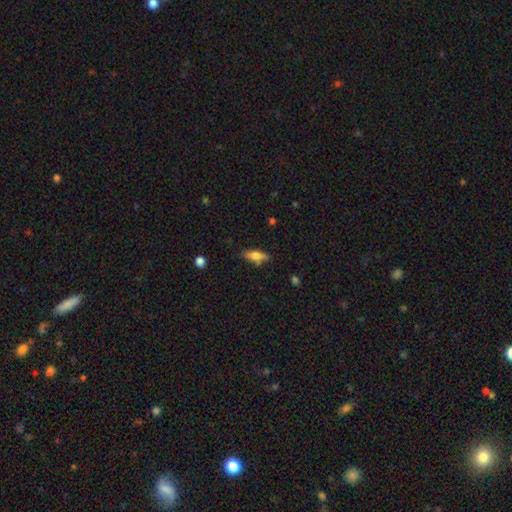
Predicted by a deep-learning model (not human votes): smooth 63%, featured or disk 30%, star or artifact 7%. Down the decision tree: how rounded — in between (49%, tied with cigar-shaped); merging — none (76%).